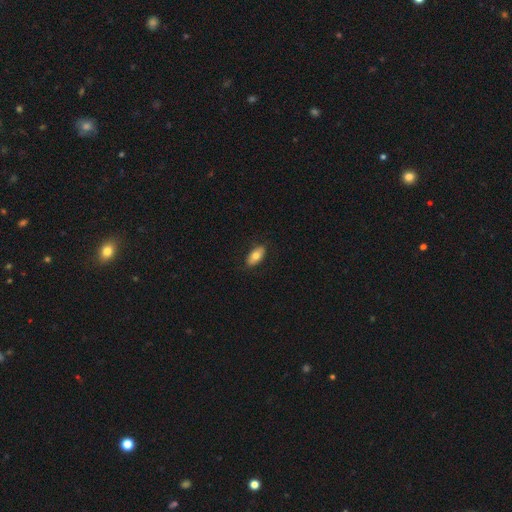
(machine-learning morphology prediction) smooth 75%, featured or disk 19%, star or artifact 7%. Down the decision tree: how rounded — in between (91%); merging — none (87%).